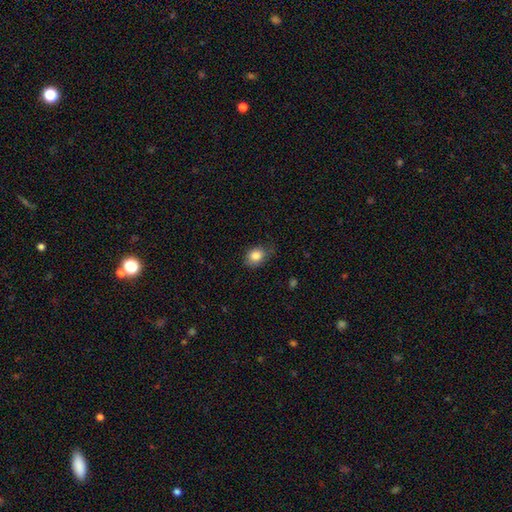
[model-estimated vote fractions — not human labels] This appears to be a smooth galaxy with no disk features (84%) that is in between round and cigar-shaped (54%). Merging: none (68%).